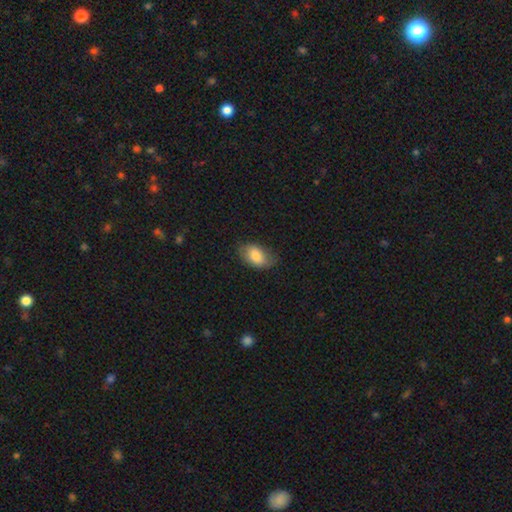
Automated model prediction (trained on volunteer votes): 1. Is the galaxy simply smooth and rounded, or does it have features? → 81% smooth, 12% featured or disk, 7% star or artifact.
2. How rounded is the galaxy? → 92% in between, 7% round, 2% cigar-shaped.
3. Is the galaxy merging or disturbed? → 68% none, 25% minor disturbance, 6% major disturbance, 1% merger.